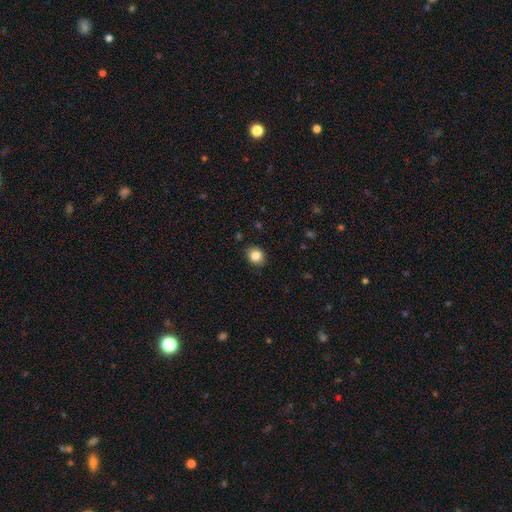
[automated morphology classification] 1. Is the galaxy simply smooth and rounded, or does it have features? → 84% smooth, 10% star or artifact, 6% featured or disk.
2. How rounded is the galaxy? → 65% round, 34% in between, 1% cigar-shaped.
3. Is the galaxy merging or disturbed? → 87% none, 10% minor disturbance, 2% major disturbance, 1% merger.